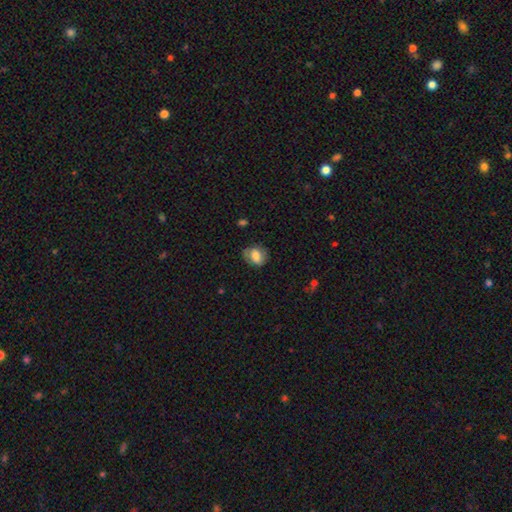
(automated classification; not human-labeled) smooth-or-featured: smooth: 69% | featured or disk: 23% | star or artifact: 8%
  how-rounded: in between: 63% | round: 36% | cigar-shaped: 2%
  merging: none: 71% | minor disturbance: 21% | major disturbance: 7% | merger: 1%